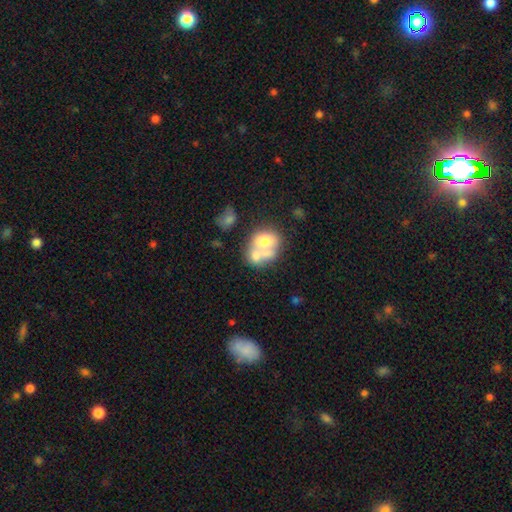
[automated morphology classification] This is possibly a smooth galaxy (59%). How rounded: possibly in between (53%). Merging: likely merger (64%).